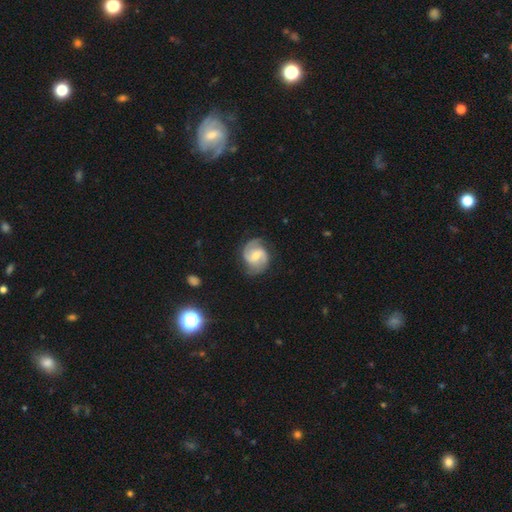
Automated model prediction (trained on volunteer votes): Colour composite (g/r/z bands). It shows a featured or disk galaxy (86%) with a weak bar (50%), 2 (89%) medium (53%) spiral arms (97%) and a moderate central bulge (52%). Merging: none (79%).